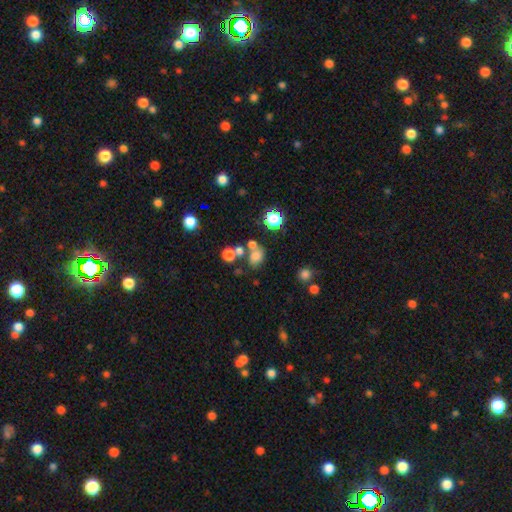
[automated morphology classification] This appears to be a smooth galaxy with no disk features (71%) that is round (55%). Merging: none (52%).